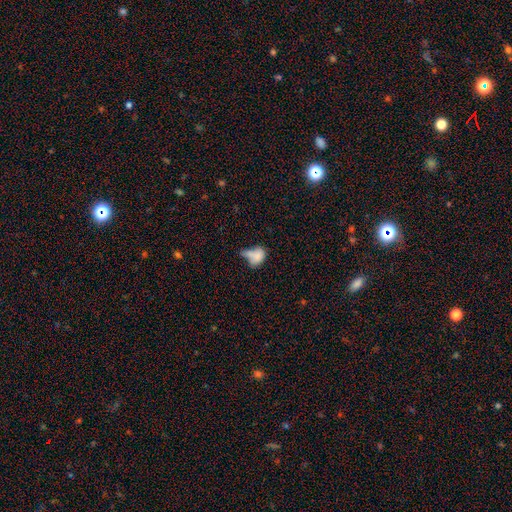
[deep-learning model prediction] This is likely a smooth galaxy (72%). How rounded: likely in between (77%). Merging: marginally merger (29%).